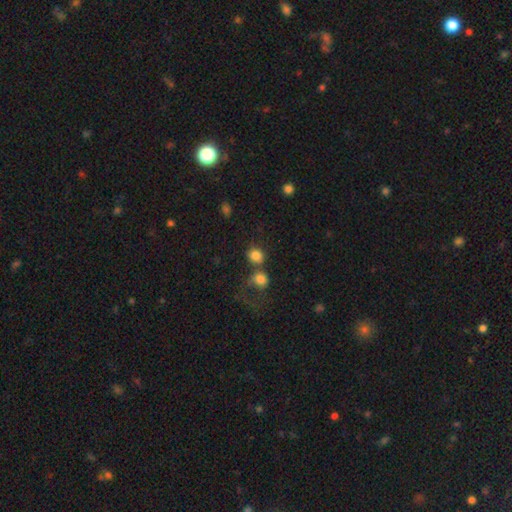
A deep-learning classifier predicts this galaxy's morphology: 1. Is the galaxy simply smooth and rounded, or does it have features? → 83% smooth, 10% star or artifact, 7% featured or disk.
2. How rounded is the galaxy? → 81% round, 18% in between, 1% cigar-shaped.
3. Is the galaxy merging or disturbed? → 47% none, 38% merger, 9% minor disturbance, 6% major disturbance.